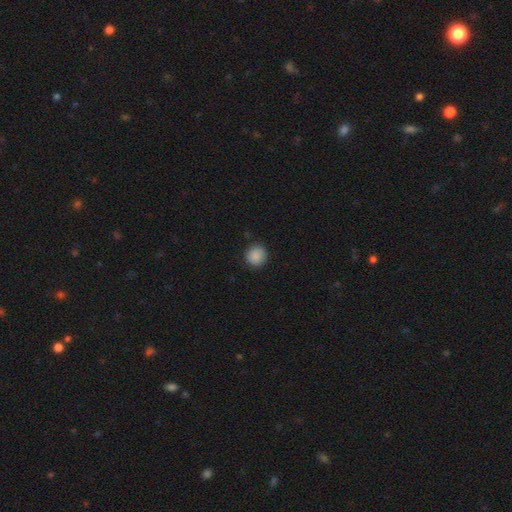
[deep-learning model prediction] Smooth or featured? Predicted: smooth (p=0.88). How rounded? Predicted: round (p=0.93). Merging? Predicted: none (p=0.87).